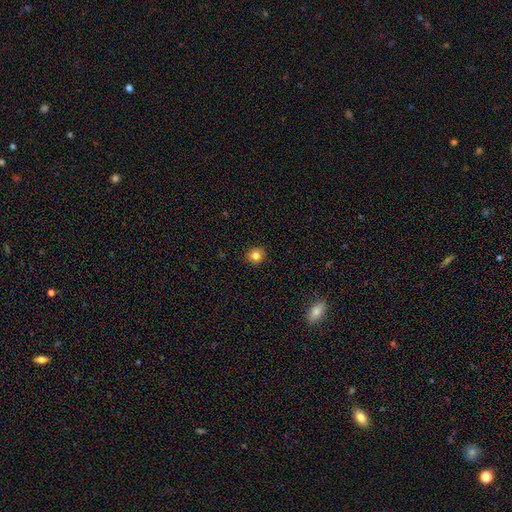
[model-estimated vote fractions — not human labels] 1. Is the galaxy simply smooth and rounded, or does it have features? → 82% smooth, 12% star or artifact, 7% featured or disk.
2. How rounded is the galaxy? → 89% round, 10% in between, 1% cigar-shaped.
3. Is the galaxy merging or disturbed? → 91% none, 6% minor disturbance, 2% major disturbance, 1% merger.